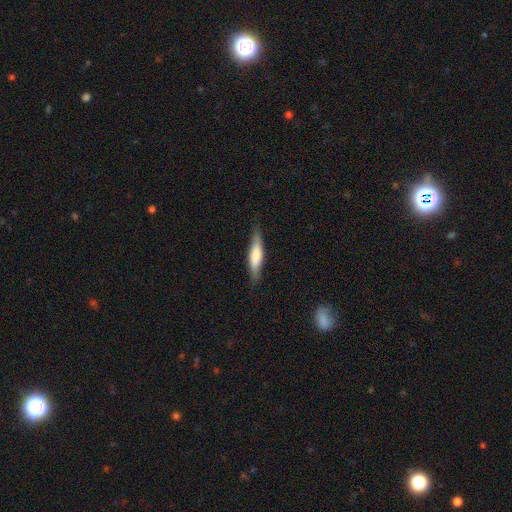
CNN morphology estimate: Smooth or featured? smooth (62%)
How rounded? cigar-shaped (76%)
Merging? none (85%)